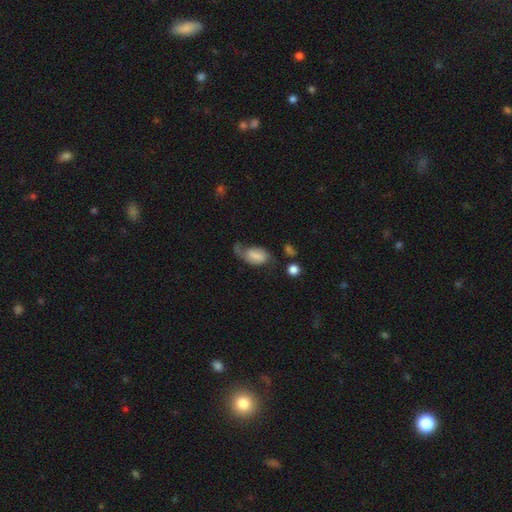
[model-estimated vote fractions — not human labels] Smooth or featured? Predicted: smooth (p=0.57). How rounded? Predicted: in between (p=0.90). Merging? Predicted: major disturbance (p=0.34).